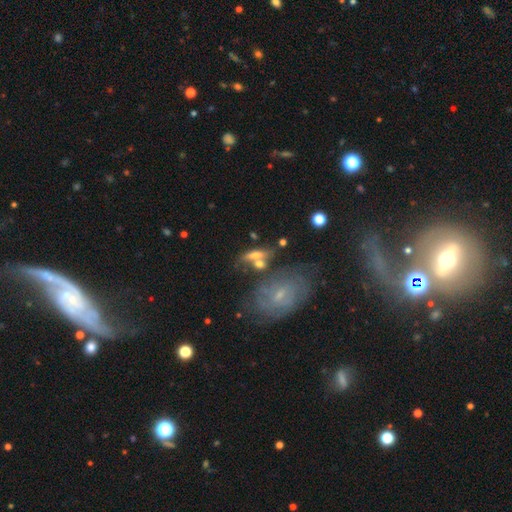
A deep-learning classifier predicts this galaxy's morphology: Q: Smooth or featured?
A: featured or disk (47%); runner-up: smooth (43%)
Q: Merging?
A: none (45%); runner-up: merger (28%)